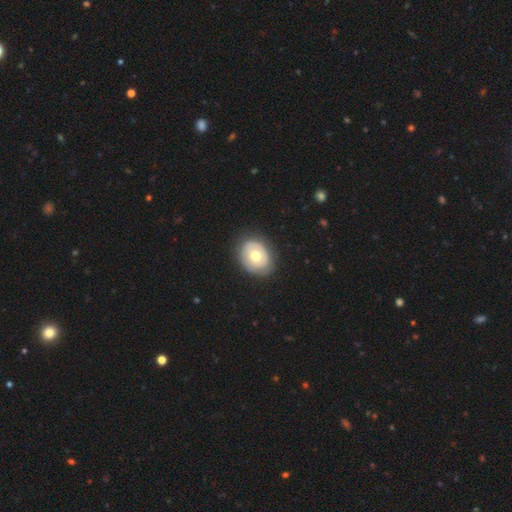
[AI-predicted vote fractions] Morphology: type=featured or disk (55%); edge-on=no (95%); bar=no (88%); spiral arms=no (61%); bulge=moderate (78%); merging=none (79%).